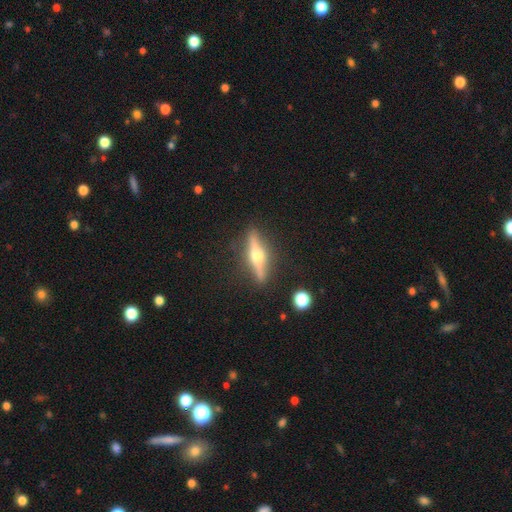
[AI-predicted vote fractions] Q: Smooth or featured?
A: featured or disk (77%); runner-up: smooth (17%)
Q: Edge-on disk?
A: yes (96%); runner-up: no (4%)
Q: Edge-on bulge?
A: rounded (95%); runner-up: none (2%)
Q: Merging?
A: none (88%); runner-up: minor disturbance (8%)